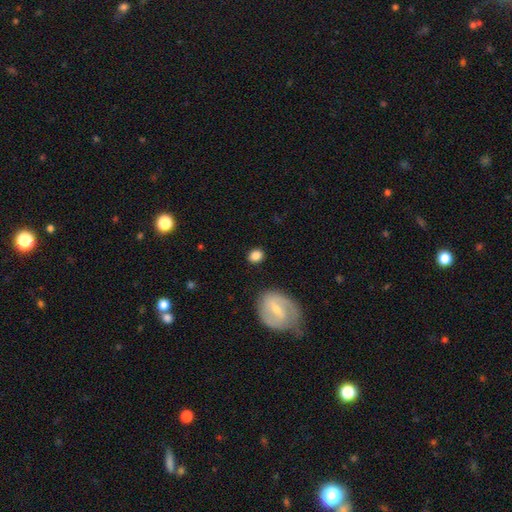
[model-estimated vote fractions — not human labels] smooth 83%, featured or disk 9%, star or artifact 8%. Down the decision tree: how rounded — in between (53%); merging — none (84%).